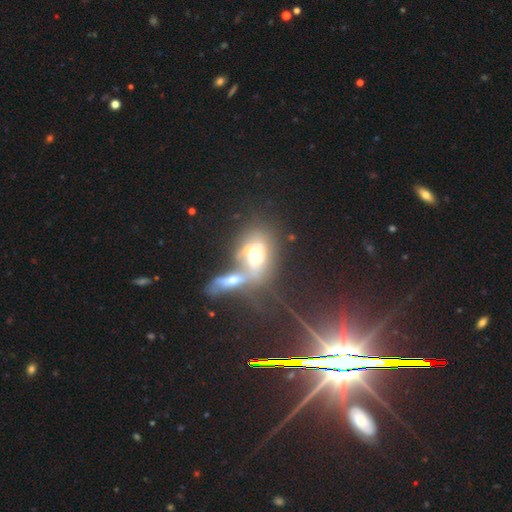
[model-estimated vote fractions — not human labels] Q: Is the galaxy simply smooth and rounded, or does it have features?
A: smooth — 46%.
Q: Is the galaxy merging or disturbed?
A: merger — 58%.